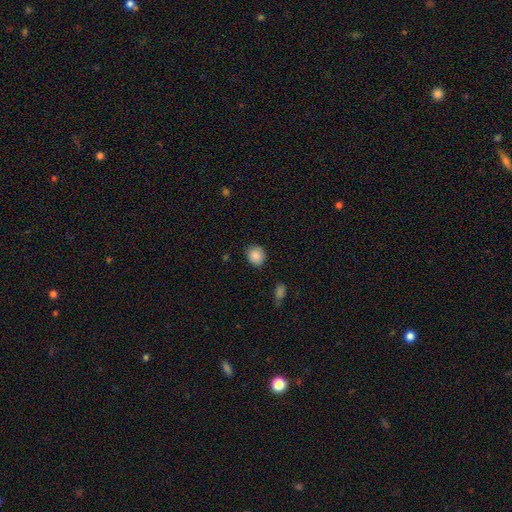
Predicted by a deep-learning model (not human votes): smooth-or-featured: smooth: 86% | star or artifact: 9% | featured or disk: 6%
  how-rounded: round: 80% | in between: 19% | cigar-shaped: 1%
  merging: none: 85% | minor disturbance: 11% | major disturbance: 2% | merger: 1%